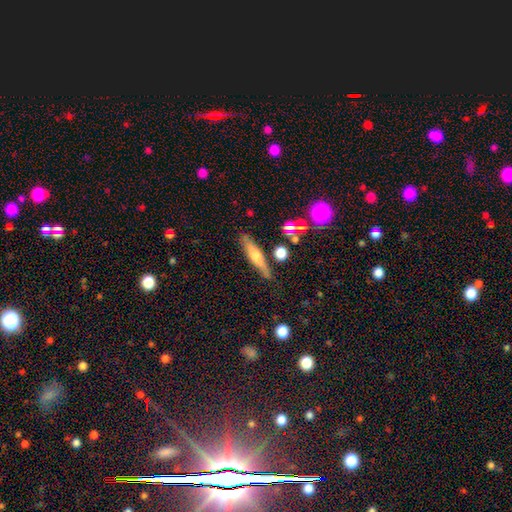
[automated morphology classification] This appears to be a featured or disk galaxy (47%). Merging: none (81%).